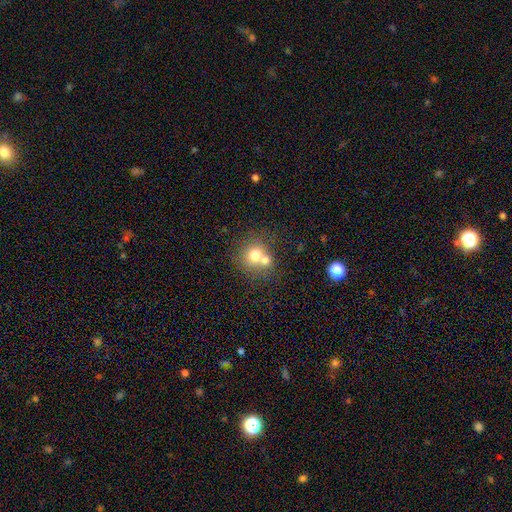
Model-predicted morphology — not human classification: smooth_or_featured: smooth (p=0.70) [alt: featured or disk p=0.18]
how_rounded: round (p=0.81) [alt: in between p=0.18]
merging: merger (p=0.49) [alt: none p=0.40]